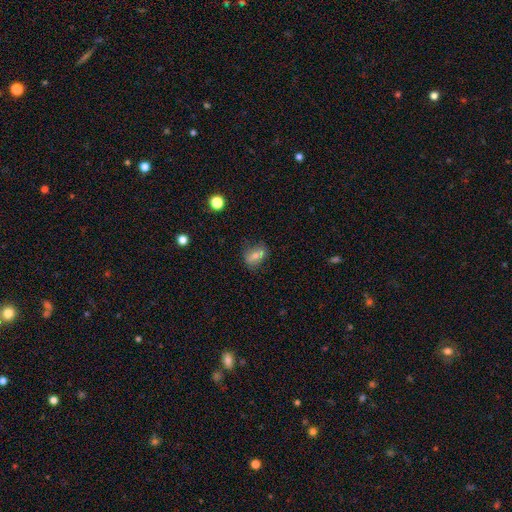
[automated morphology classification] This appears to be a smooth galaxy with no disk features (59%) that is in between round and cigar-shaped (62%). Merging: none (52%).